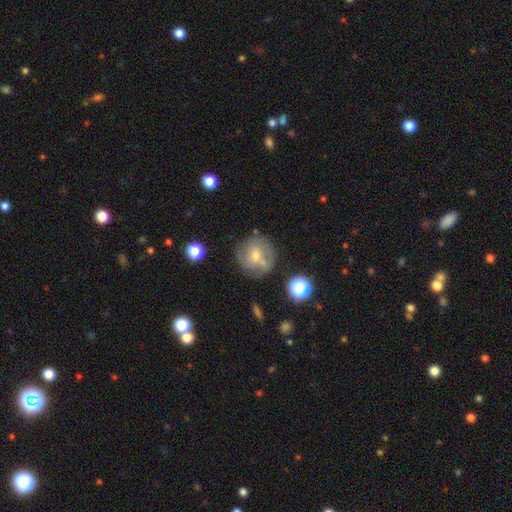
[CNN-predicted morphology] smooth 45%, featured or disk 44%, star or artifact 11%. Down the decision tree: merging — none (62%).